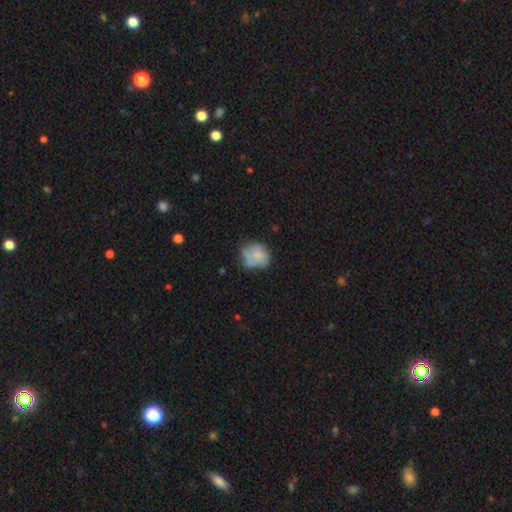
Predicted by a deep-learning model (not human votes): smooth-or-featured: smooth: 66% | featured or disk: 26% | star or artifact: 9%
  how-rounded: round: 66% | in between: 34% | cigar-shaped: 1%
  merging: none: 42% | minor disturbance: 31% | major disturbance: 15% | merger: 12%